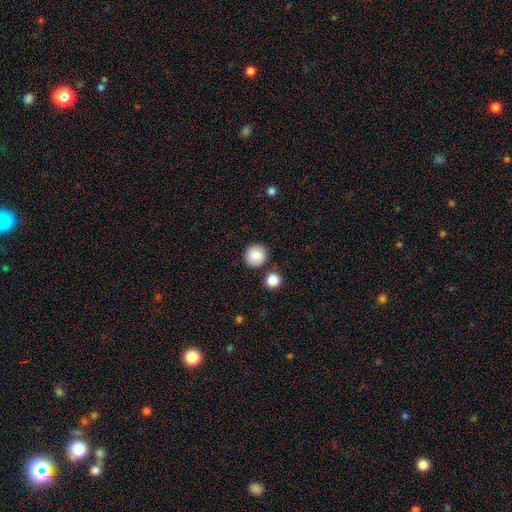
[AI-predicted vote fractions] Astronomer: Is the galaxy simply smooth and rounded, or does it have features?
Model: smooth — 86%.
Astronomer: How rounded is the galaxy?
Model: round — 93%.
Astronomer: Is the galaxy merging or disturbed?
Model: none — 86%.